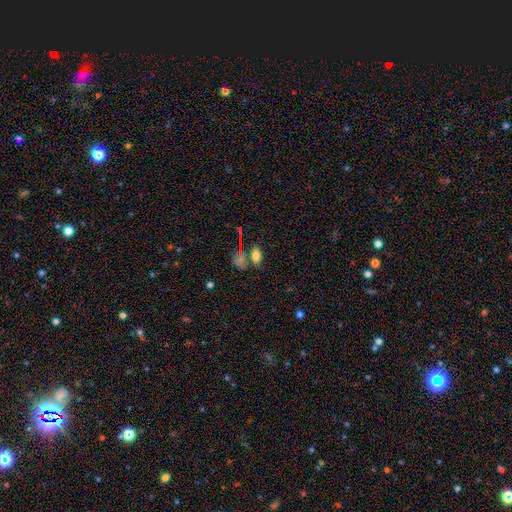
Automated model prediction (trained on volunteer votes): This is likely a smooth galaxy (73%). How rounded: clearly in between (85%). Merging: likely none (61%).